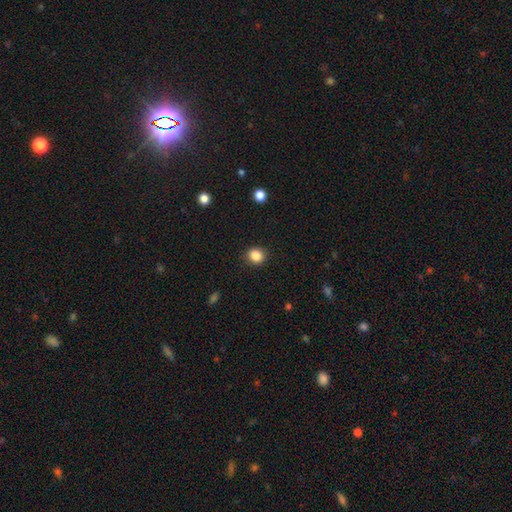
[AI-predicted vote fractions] Q: Smooth or featured?
A: smooth (86%); runner-up: star or artifact (11%)
Q: How rounded?
A: round (80%); runner-up: in between (19%)
Q: Merging?
A: none (90%); runner-up: minor disturbance (7%)